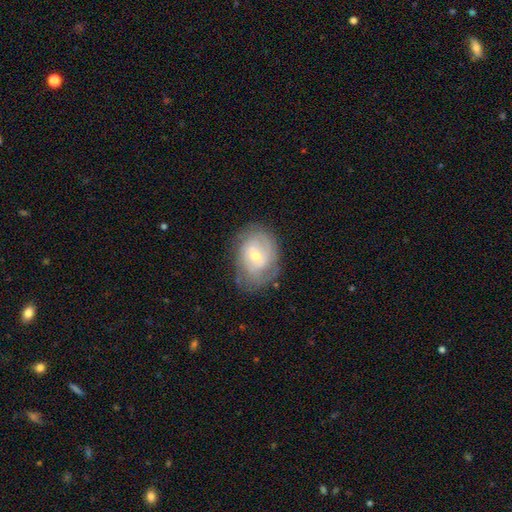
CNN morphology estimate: Smooth or featured? featured or disk (71%)
Edge-on disk? no (96%)
Bar? no (60%)
Spiral arms? yes (86%)
Spiral winding? tight (64%)
Spiral arm count? can't tell (43%)
Bulge size? moderate (50%)
Merging? none (72%)